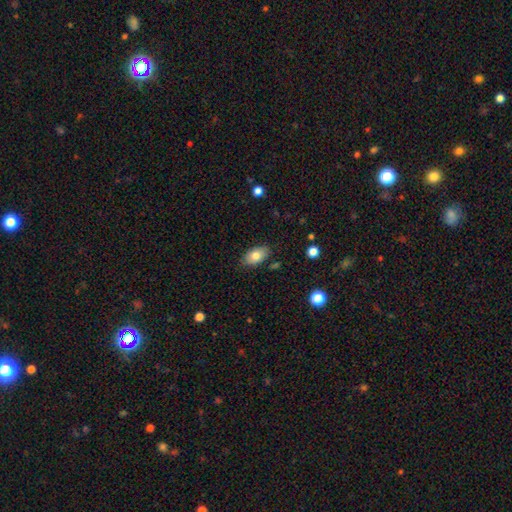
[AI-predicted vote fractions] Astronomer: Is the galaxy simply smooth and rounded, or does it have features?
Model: smooth — 79%.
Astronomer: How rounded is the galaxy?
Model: in between — 92%.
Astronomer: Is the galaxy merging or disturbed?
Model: none — 84%.